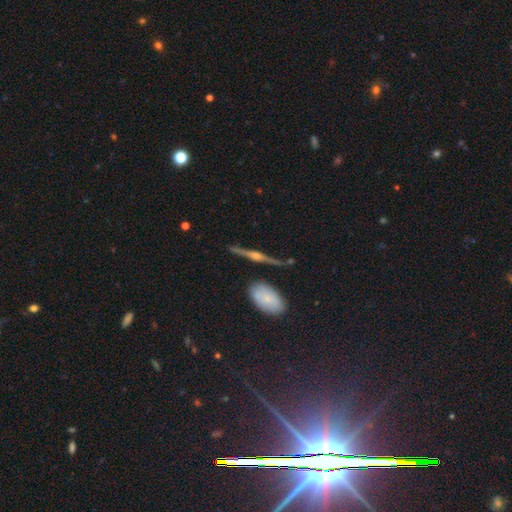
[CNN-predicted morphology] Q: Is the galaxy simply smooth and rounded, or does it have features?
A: featured or disk — 78%.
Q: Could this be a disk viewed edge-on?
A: yes — 96%.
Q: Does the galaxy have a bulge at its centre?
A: rounded — 89%.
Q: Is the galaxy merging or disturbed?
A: none — 82%.